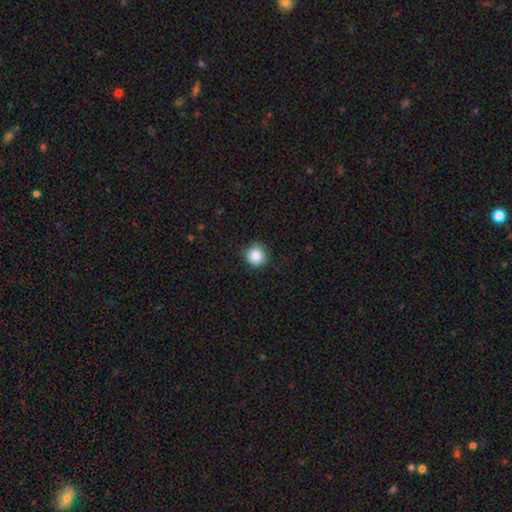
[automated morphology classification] This appears to be a smooth galaxy with no disk features (86%) that is round (94%). Merging: none (87%).